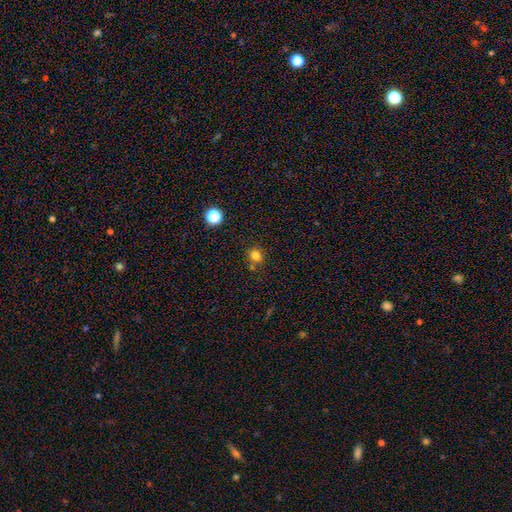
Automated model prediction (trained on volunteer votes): Smooth or featured: smooth — 78% (star or artifact — 16%)
How rounded: round — 86% (in between — 13%)
Merging: none — 77% (minor disturbance — 11%)